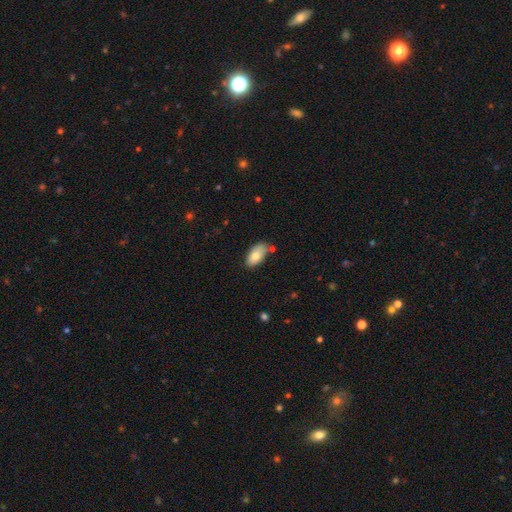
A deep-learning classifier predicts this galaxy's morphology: Smooth or featured? Predicted: smooth (p=0.79). How rounded? Predicted: in between (p=0.94). Merging? Predicted: none (p=0.75).